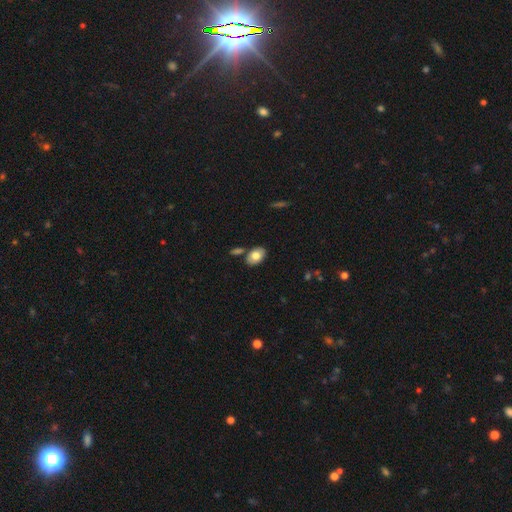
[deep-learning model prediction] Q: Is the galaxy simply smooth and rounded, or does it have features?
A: smooth — 77%.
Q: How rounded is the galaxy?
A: in between — 87%.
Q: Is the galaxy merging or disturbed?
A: none — 76%.